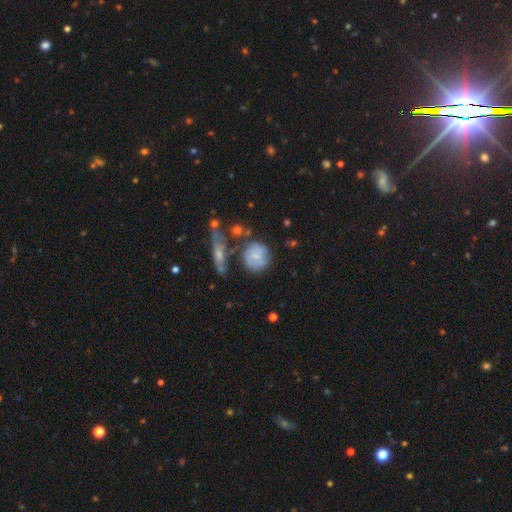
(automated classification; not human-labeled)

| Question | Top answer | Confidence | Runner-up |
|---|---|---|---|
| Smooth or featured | smooth | 49% | featured or disk (43%) |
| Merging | none | 58% | minor disturbance (20%) |